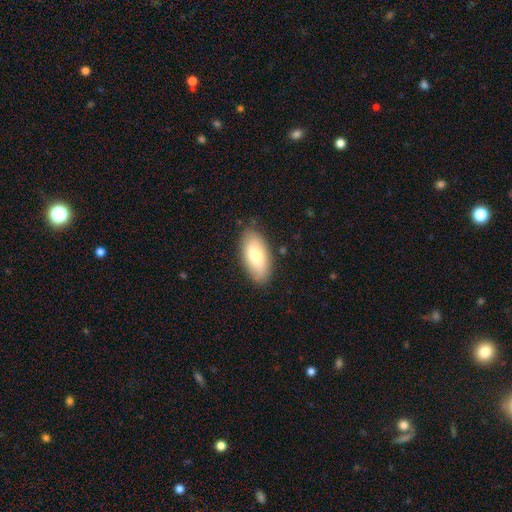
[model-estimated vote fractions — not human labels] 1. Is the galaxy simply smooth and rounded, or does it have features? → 72% smooth, 22% featured or disk, 6% star or artifact.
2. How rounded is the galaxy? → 91% in between, 6% cigar-shaped, 3% round.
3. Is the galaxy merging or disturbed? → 83% none, 13% minor disturbance, 3% major disturbance, 1% merger.